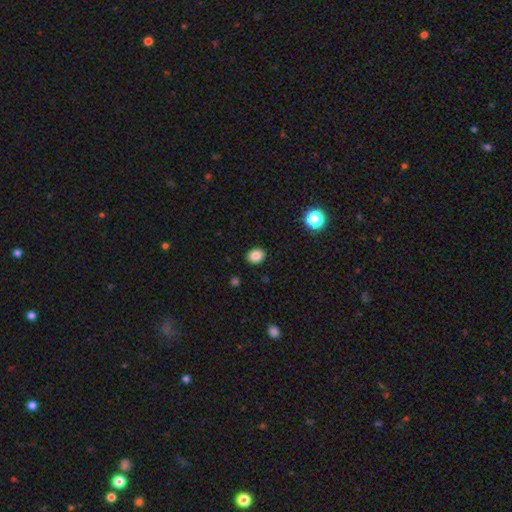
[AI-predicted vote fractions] Smooth or featured? smooth (84%)
How rounded? round (51%)
Merging? none (90%)